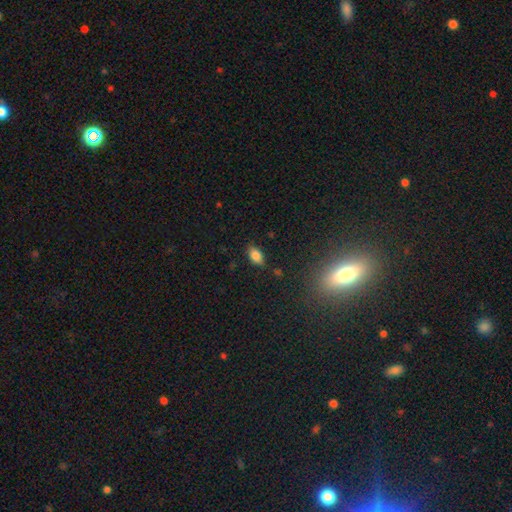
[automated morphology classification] Smooth or featured? smooth (82%)
How rounded? in between (90%)
Merging? none (83%)